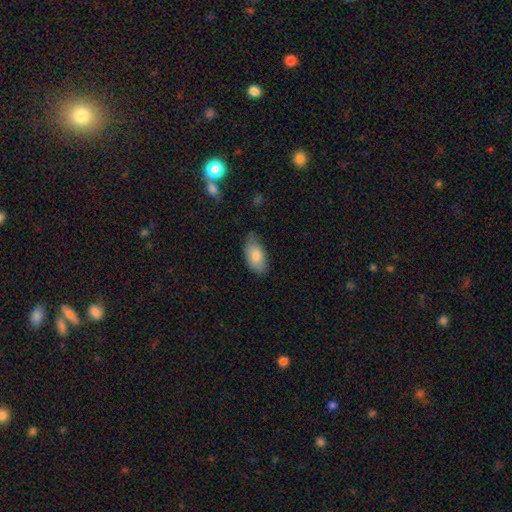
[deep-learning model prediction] A smooth galaxy with no disk features (81%) that is in between round and cigar-shaped (93%).

Vote fractions:
- Smooth or featured? smooth: 81% / featured or disk: 13% / star or artifact: 7%
- How rounded? in between: 93% / round: 4% / cigar-shaped: 2%
- Merging? none: 63% / minor disturbance: 30% / major disturbance: 5% / merger: 1%